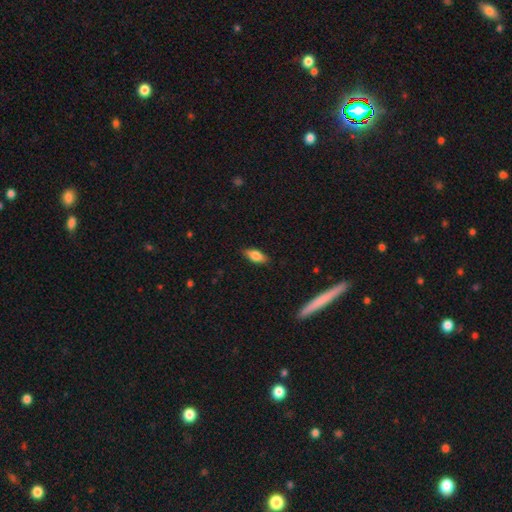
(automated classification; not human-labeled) Smooth or featured? smooth (71%)
How rounded? in between (74%)
Merging? none (86%)